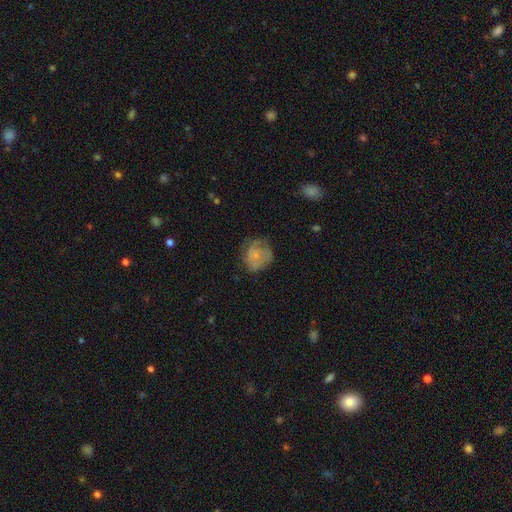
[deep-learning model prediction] Smooth or featured: smooth — 59% (featured or disk — 31%)
How rounded: round — 73% (in between — 26%)
Merging: none — 52% (minor disturbance — 28%)